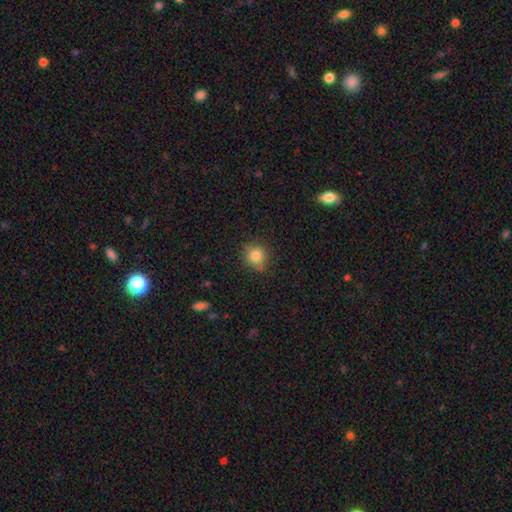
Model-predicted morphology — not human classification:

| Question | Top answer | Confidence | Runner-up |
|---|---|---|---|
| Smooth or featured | smooth | 83% | star or artifact (11%) |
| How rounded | round | 87% | in between (12%) |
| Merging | none | 82% | minor disturbance (14%) |